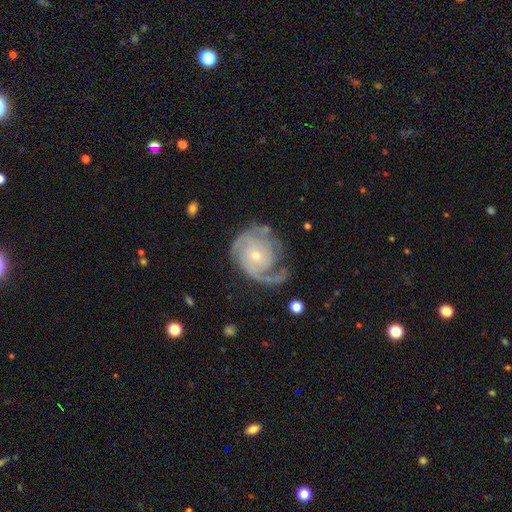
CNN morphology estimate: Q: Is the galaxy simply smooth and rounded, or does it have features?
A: featured or disk — 85%.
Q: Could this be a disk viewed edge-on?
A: no — 98%.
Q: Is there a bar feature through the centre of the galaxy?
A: no — 74%.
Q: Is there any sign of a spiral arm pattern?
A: yes — 94%.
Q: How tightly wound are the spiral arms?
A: tight — 50%.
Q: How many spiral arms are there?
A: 2 — 33%.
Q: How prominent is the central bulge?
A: small — 68%.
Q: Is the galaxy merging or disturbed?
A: none — 53%.